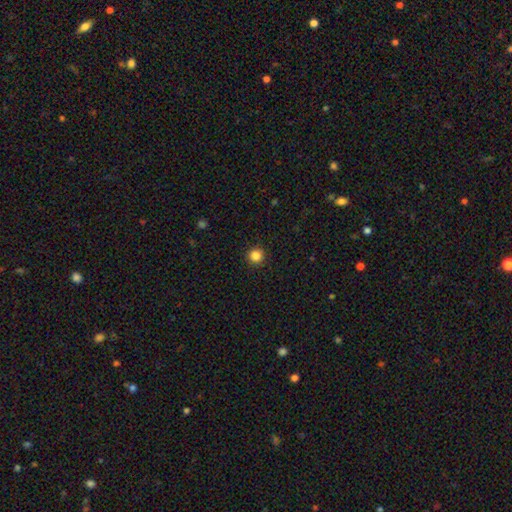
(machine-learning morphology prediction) smooth 85%, star or artifact 12%, featured or disk 4%. Down the decision tree: how rounded — round (95%); merging — none (92%).